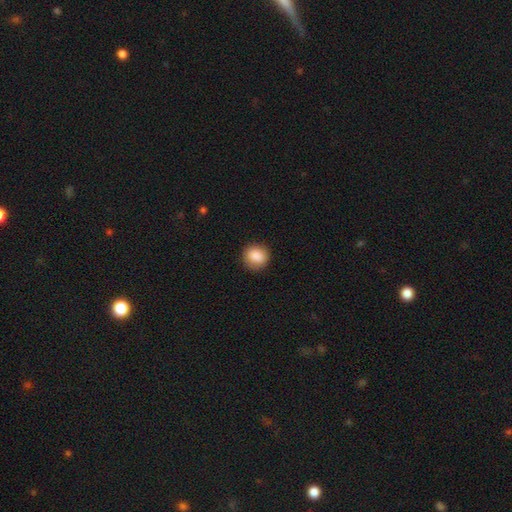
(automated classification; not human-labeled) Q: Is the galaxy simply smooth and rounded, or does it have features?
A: smooth — 87%.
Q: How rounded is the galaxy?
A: round — 85%.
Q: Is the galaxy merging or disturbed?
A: none — 88%.